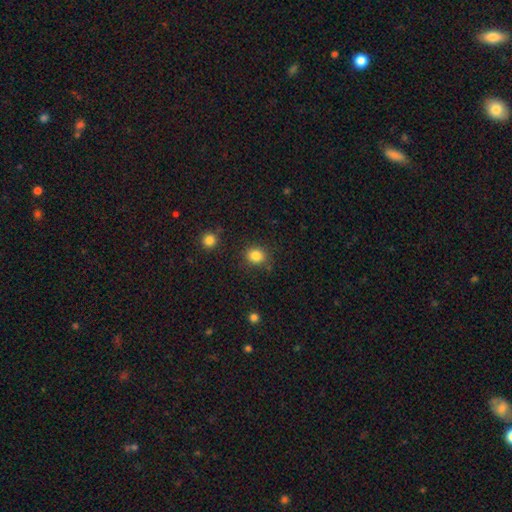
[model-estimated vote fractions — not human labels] Smooth or featured?
  - smooth: 84% *
  - star or artifact: 11%
  - featured or disk: 5%
How rounded?
  - round: 77% *
  - in between: 22%
  - cigar-shaped: 1%
Merging?
  - none: 83% *
  - minor disturbance: 11%
  - major disturbance: 3%
  - merger: 3%